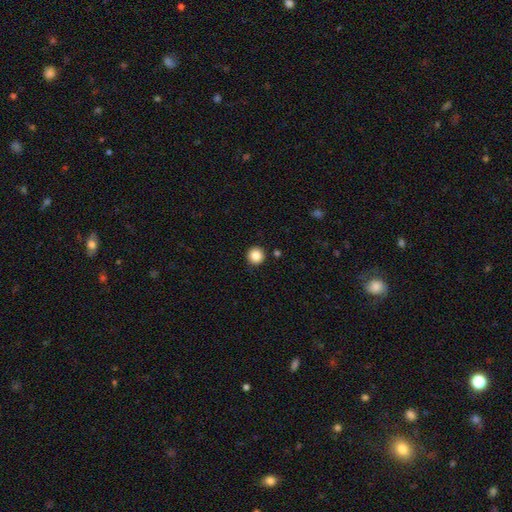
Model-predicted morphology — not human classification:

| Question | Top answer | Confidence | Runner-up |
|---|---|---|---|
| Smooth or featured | smooth | 85% | star or artifact (10%) |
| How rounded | round | 96% | in between (3%) |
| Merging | none | 92% | minor disturbance (5%) |